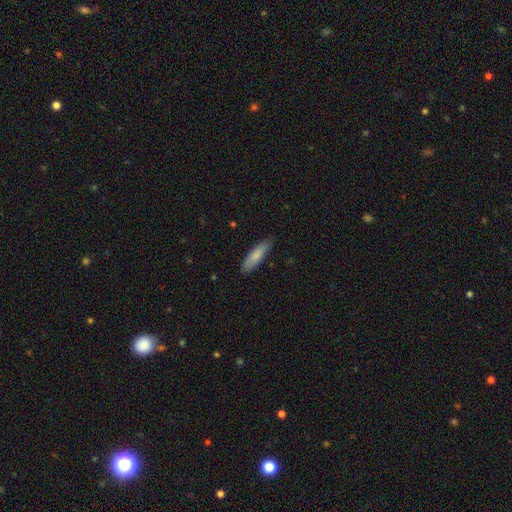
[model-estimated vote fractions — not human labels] smooth 80%, featured or disk 14%, star or artifact 5%. Down the decision tree: how rounded — cigar-shaped (68%); merging — none (86%).